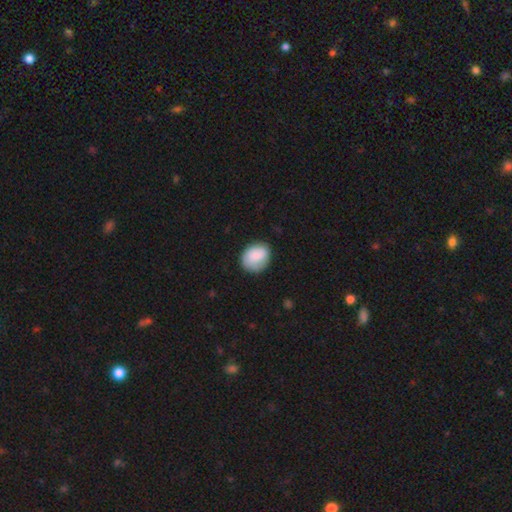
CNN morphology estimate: This is clearly a smooth galaxy (83%). How rounded: possibly in between (50%). Merging: likely none (75%).